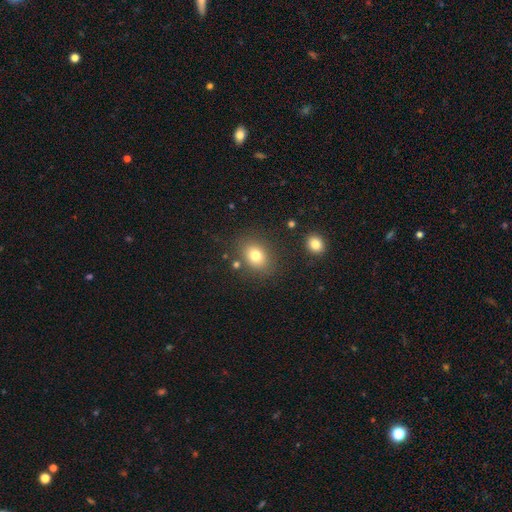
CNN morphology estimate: type=smooth (77%); roundness=in between (55%); merging=none (80%).